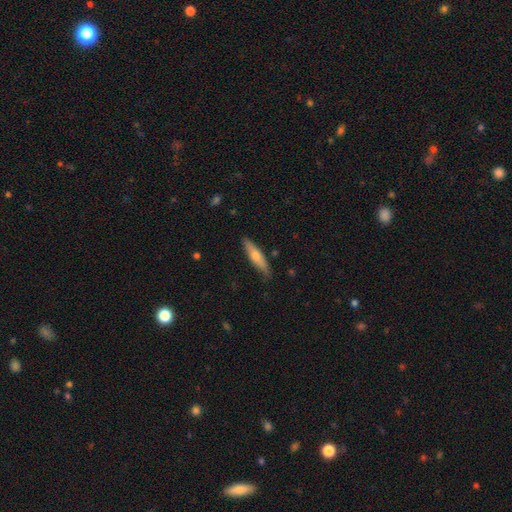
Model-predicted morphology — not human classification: Smooth or featured? smooth (54%)
How rounded? cigar-shaped (79%)
Merging? none (84%)